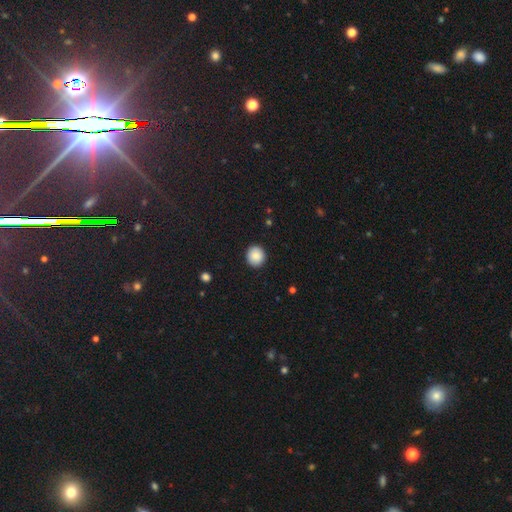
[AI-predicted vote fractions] smooth_or_featured: smooth (p=0.87) [alt: star or artifact p=0.08]
how_rounded: round (p=0.84) [alt: in between p=0.15]
merging: none (p=0.91) [alt: minor disturbance p=0.06]